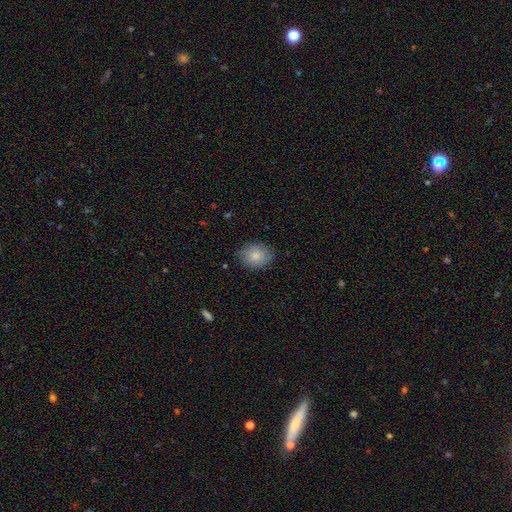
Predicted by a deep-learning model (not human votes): Overall: smooth (84%). How rounded: round (53%; in between 46%). Merging: none (79%).